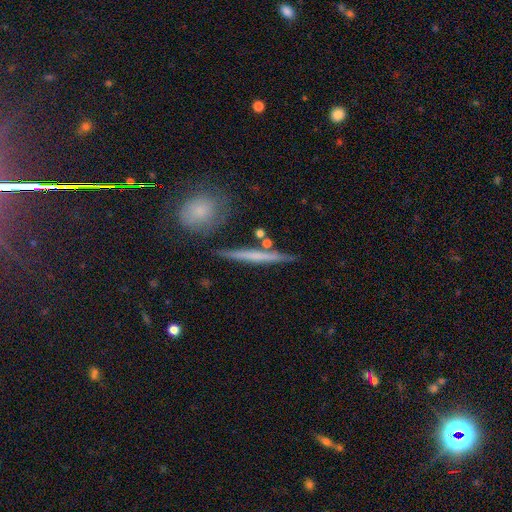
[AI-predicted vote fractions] smooth-or-featured: featured or disk: 50% | smooth: 44% | star or artifact: 7%
  merging: none: 84% | minor disturbance: 9% | merger: 5% | major disturbance: 2%